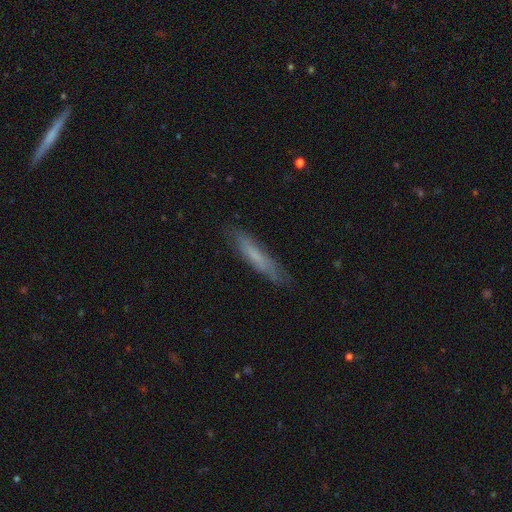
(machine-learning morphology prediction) type=smooth (61%); roundness=cigar-shaped (89%); merging=none (82%).